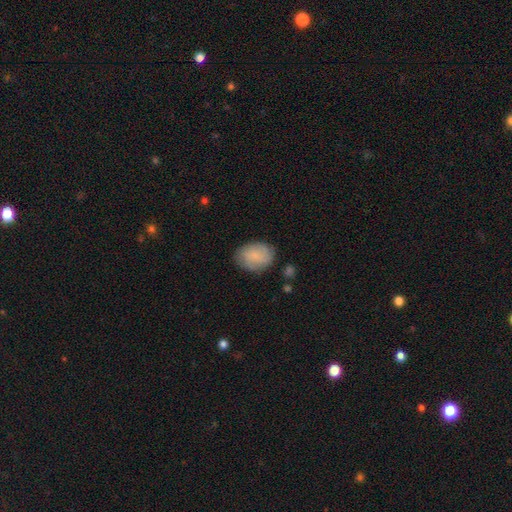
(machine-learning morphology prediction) The model was most divided on "how rounded": in between: 66%, round: 33%, cigar-shaped: 1%. More confident: merging — none (78%); smooth or featured — smooth (77%).